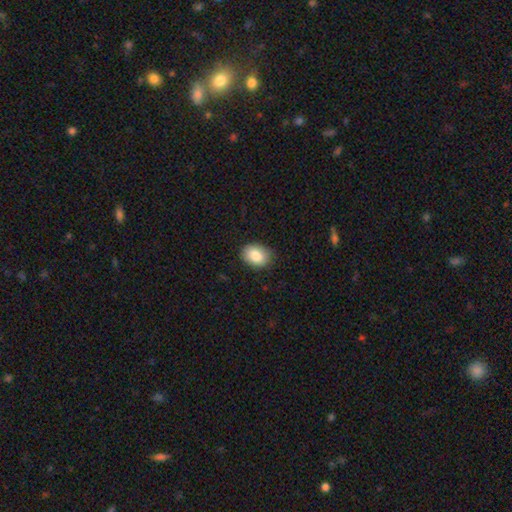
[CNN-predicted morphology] smooth-or-featured: smooth: 84% | star or artifact: 8% | featured or disk: 8%
  how-rounded: in between: 73% | round: 26% | cigar-shaped: 1%
  merging: none: 85% | minor disturbance: 12% | major disturbance: 2% | merger: 1%